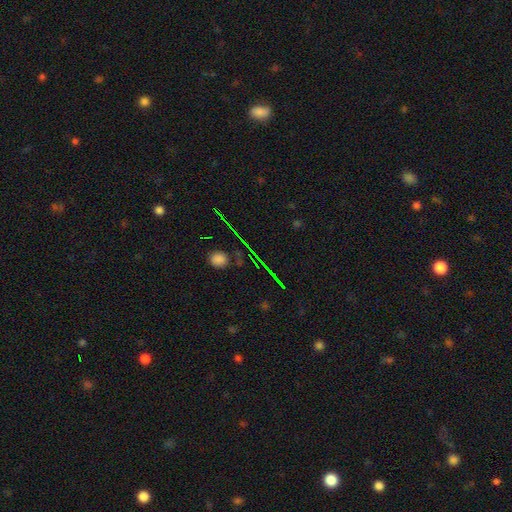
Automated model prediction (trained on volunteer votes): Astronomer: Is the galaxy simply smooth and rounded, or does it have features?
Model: star or artifact — 67%.